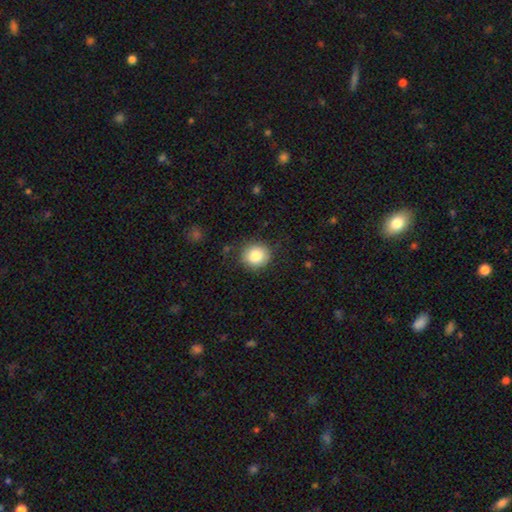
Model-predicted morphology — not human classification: smooth-or-featured: smooth: 83% | star or artifact: 9% | featured or disk: 8%
  how-rounded: round: 86% | in between: 13% | cigar-shaped: 1%
  merging: none: 85% | minor disturbance: 10% | major disturbance: 3% | merger: 1%